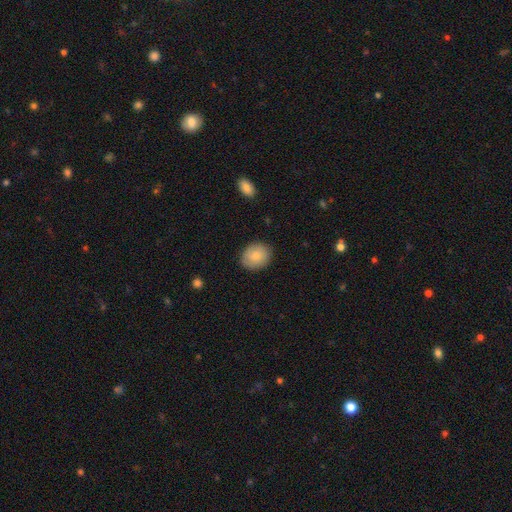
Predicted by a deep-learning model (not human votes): Smooth or featured: smooth — 84% (featured or disk — 9%)
How rounded: round — 58% (in between — 42%)
Merging: none — 86% (minor disturbance — 10%)